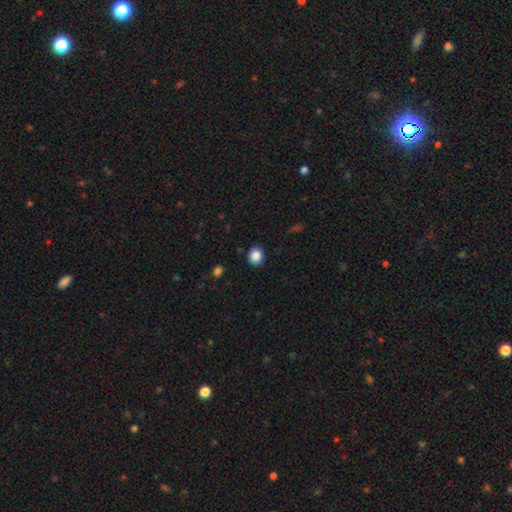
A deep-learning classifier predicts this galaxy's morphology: The model was most divided on "how rounded": round: 75%, in between: 24%, cigar-shaped: 1%. More confident: merging — none (90%); smooth or featured — smooth (87%).